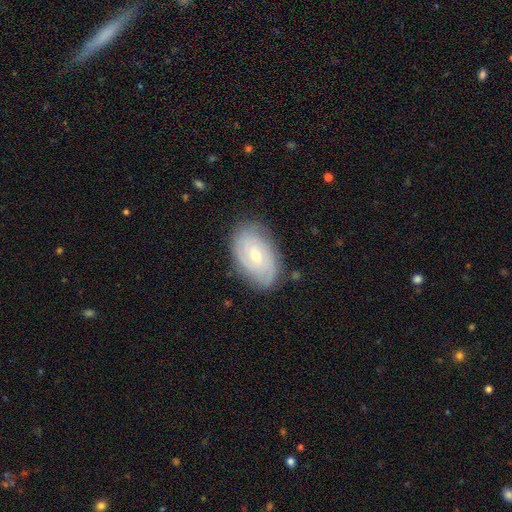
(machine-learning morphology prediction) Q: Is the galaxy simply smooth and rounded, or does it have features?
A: featured or disk — 71%.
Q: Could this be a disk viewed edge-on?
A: no — 95%.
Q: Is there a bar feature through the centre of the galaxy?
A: no — 62%.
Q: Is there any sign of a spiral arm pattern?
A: yes — 86%.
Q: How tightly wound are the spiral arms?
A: tight — 69%.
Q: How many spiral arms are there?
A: can't tell — 38%.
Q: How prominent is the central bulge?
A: moderate — 52%.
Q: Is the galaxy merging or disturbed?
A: none — 81%.